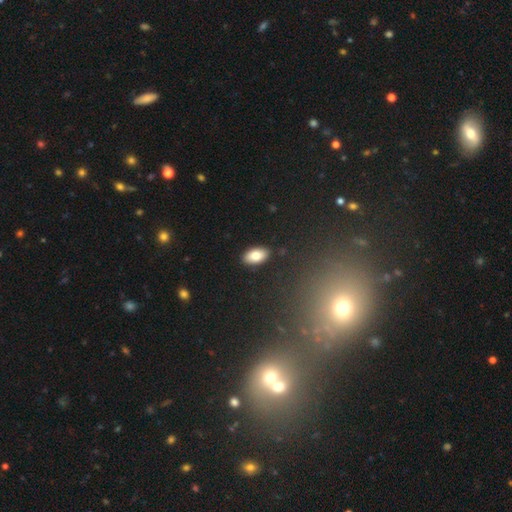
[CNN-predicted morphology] smooth 82%, featured or disk 11%, star or artifact 7%. Down the decision tree: how rounded — in between (94%); merging — none (89%).